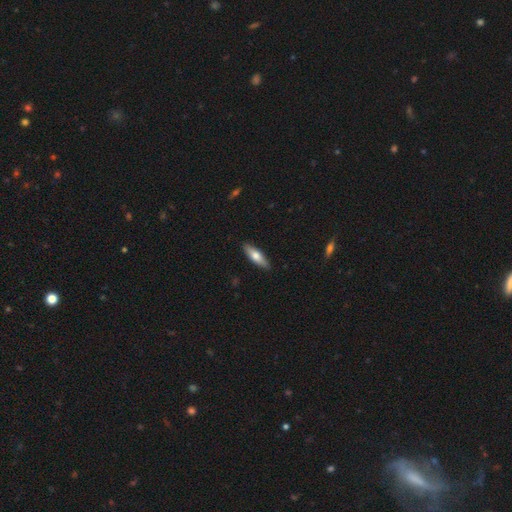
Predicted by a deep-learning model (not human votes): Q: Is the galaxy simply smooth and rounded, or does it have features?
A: smooth — 63%.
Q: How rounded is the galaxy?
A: cigar-shaped — 60%.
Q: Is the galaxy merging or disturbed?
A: none — 89%.